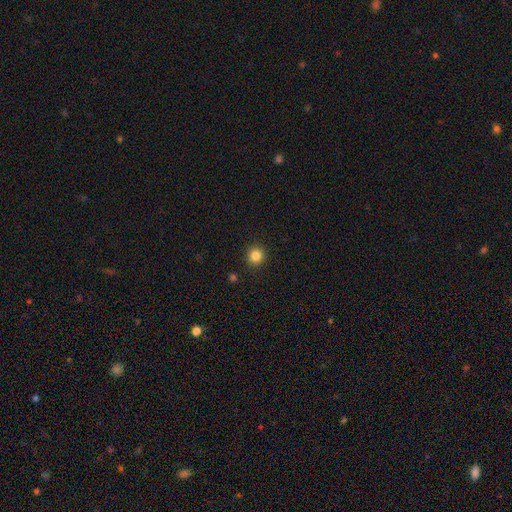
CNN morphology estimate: A smooth galaxy with no disk features (84%) that is round (94%). Merging: none (92%).